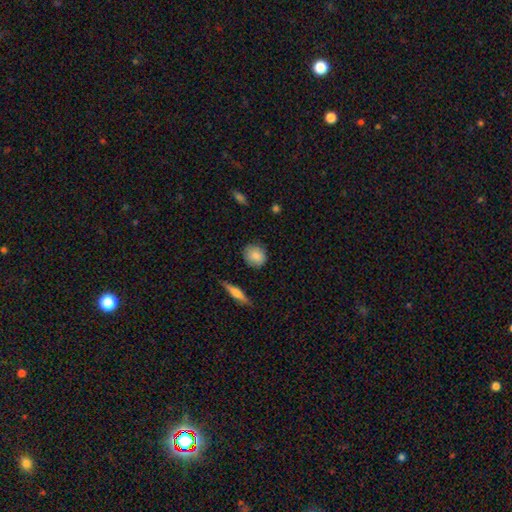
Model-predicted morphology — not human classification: Overall: smooth (85%). How rounded: round (78%). Merging: none (83%).